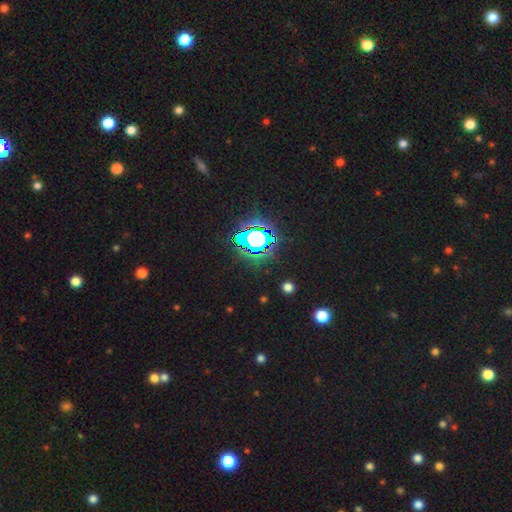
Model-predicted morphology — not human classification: Smooth or featured: star or artifact — 84% (smooth — 10%)